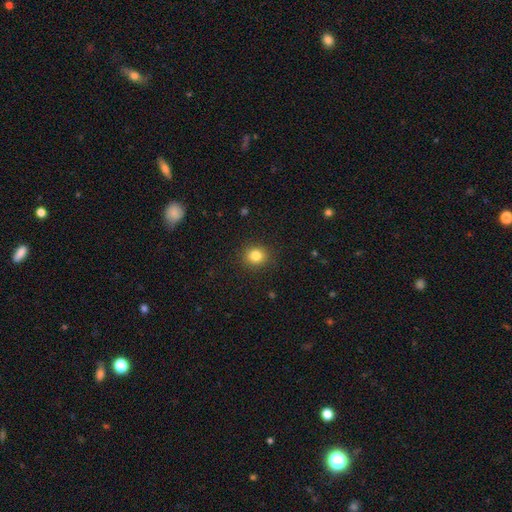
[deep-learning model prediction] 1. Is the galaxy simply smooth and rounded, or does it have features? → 83% smooth, 11% star or artifact, 5% featured or disk.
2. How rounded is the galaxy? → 85% round, 14% in between, 1% cigar-shaped.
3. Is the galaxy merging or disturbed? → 90% none, 7% minor disturbance, 2% major disturbance, 1% merger.